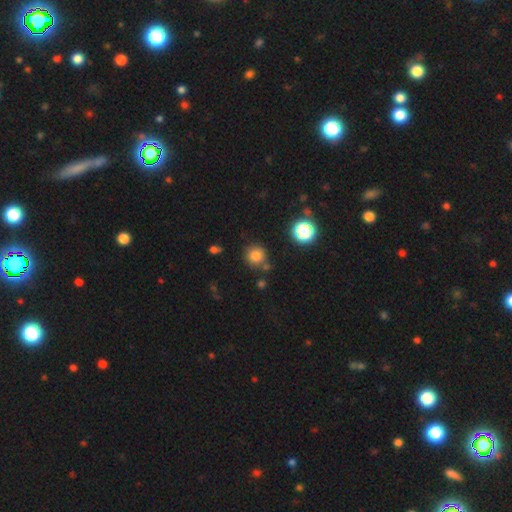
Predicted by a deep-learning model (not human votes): Smooth or featured? smooth (79%)
How rounded? round (91%)
Merging? none (77%)